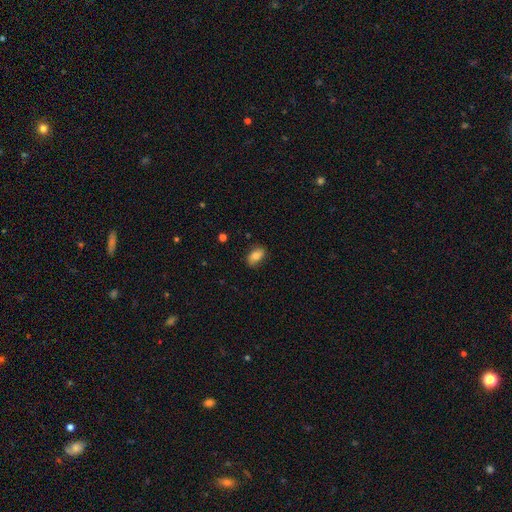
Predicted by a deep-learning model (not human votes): Q: Smooth or featured?
A: smooth (77%); runner-up: featured or disk (15%)
Q: How rounded?
A: in between (88%); runner-up: round (9%)
Q: Merging?
A: none (78%); runner-up: minor disturbance (17%)